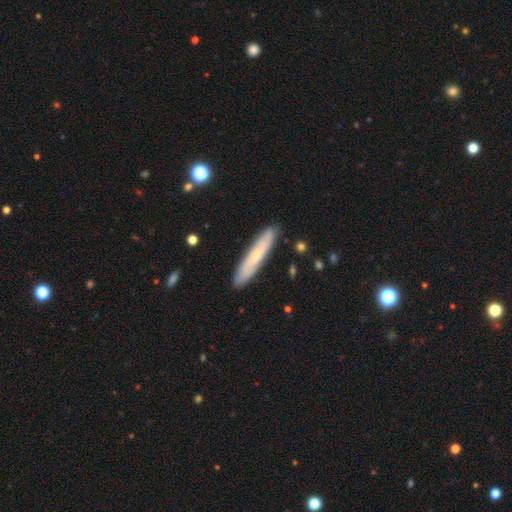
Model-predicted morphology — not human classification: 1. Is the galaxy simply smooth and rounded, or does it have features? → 57% smooth, 36% featured or disk, 7% star or artifact.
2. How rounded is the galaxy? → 91% cigar-shaped, 8% in between, 1% round.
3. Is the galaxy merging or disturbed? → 88% none, 9% minor disturbance, 2% major disturbance, 1% merger.